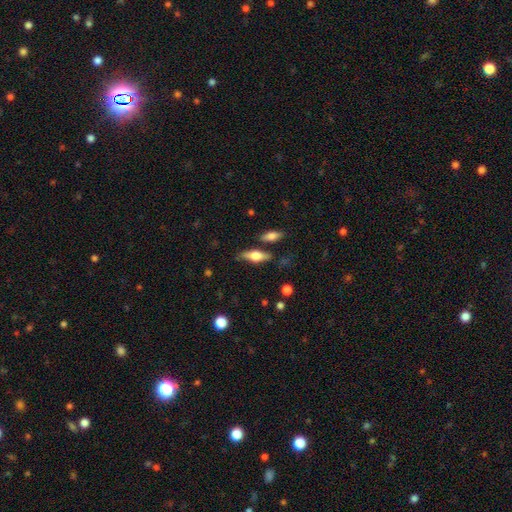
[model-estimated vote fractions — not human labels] Overall: smooth (49%; featured or disk 44%). Merging: none (74%).